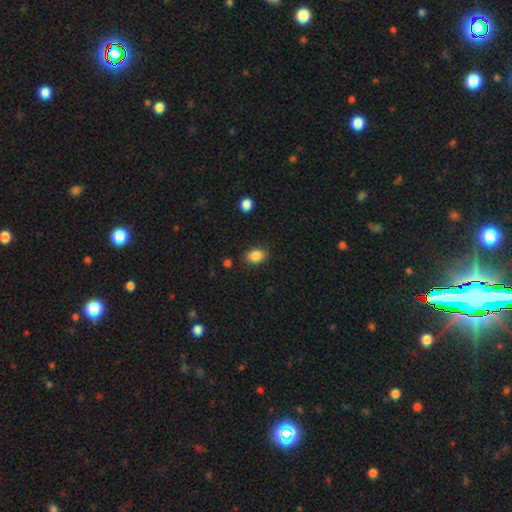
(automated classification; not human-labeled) Smooth or featured? smooth (87%)
How rounded? in between (78%)
Merging? none (86%)